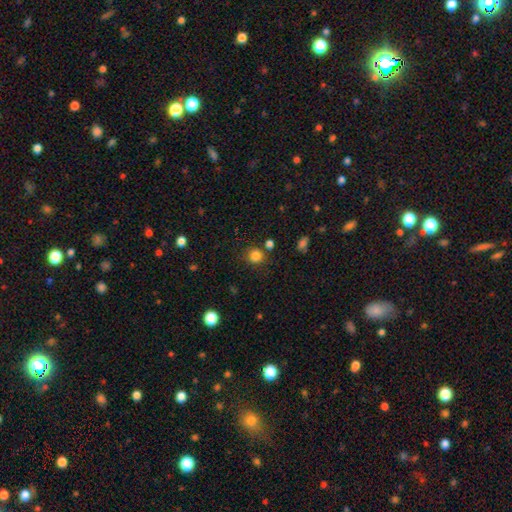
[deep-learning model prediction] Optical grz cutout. It shows a smooth galaxy with no disk features (83%) that is round (89%). Merging: none (79%).